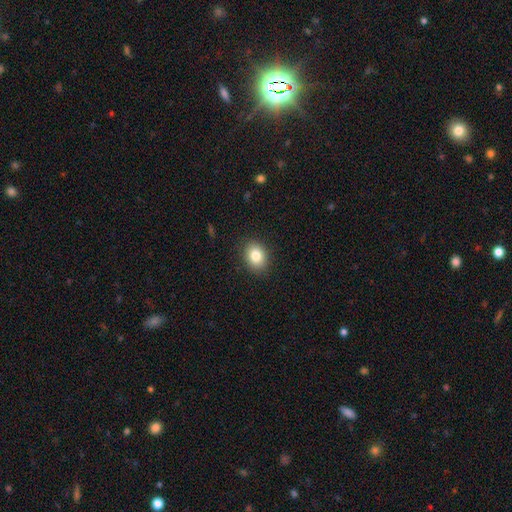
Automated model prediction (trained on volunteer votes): The model was most divided on "how rounded": in between: 57%, round: 42%, cigar-shaped: 1%. More confident: merging — none (89%); smooth or featured — smooth (83%).